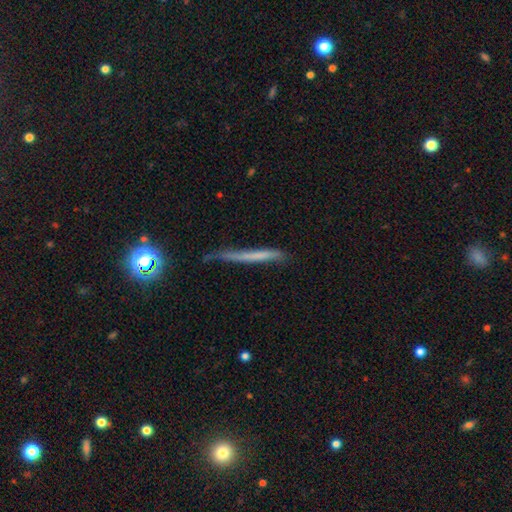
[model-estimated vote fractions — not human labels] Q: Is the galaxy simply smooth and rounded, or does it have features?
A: smooth — 52%.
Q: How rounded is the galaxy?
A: cigar-shaped — 95%.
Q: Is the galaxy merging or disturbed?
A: none — 58%.